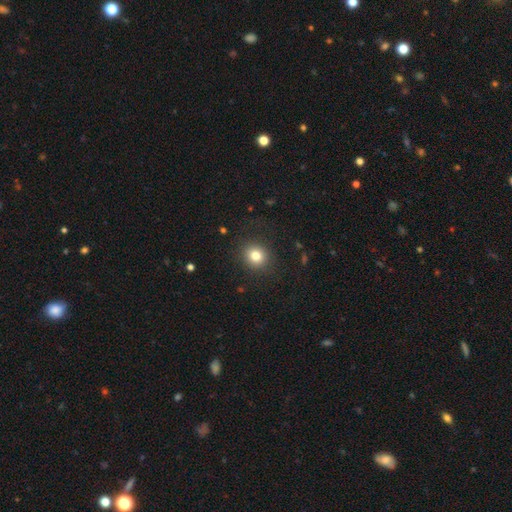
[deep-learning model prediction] The model was most divided on "how rounded": round: 83%, in between: 16%, cigar-shaped: 1%. More confident: merging — none (88%); smooth or featured — smooth (81%).